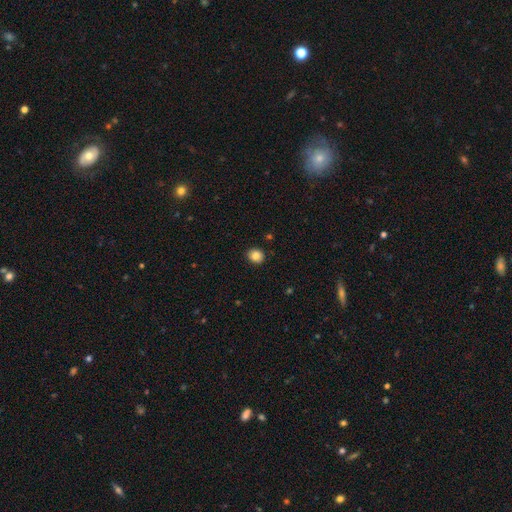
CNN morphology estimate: Smooth or featured? smooth (84%)
How rounded? round (76%)
Merging? none (90%)